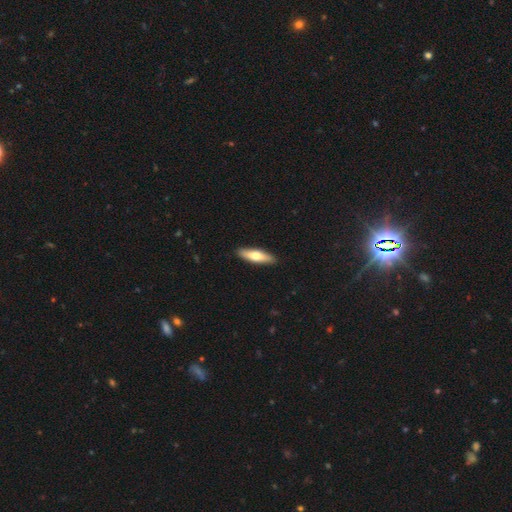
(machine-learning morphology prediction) smooth 60%, featured or disk 34%, star or artifact 5%. Down the decision tree: how rounded — cigar-shaped (62%); merging — none (91%).